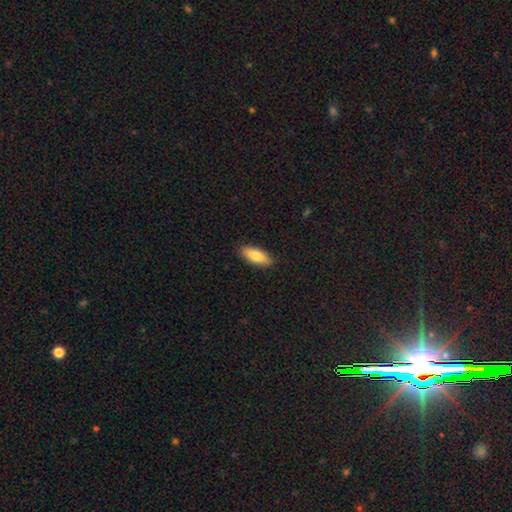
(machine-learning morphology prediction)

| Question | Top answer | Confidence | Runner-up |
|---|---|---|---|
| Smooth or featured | smooth | 79% | featured or disk (15%) |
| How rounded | in between | 75% | cigar-shaped (23%) |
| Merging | none | 90% | minor disturbance (8%) |